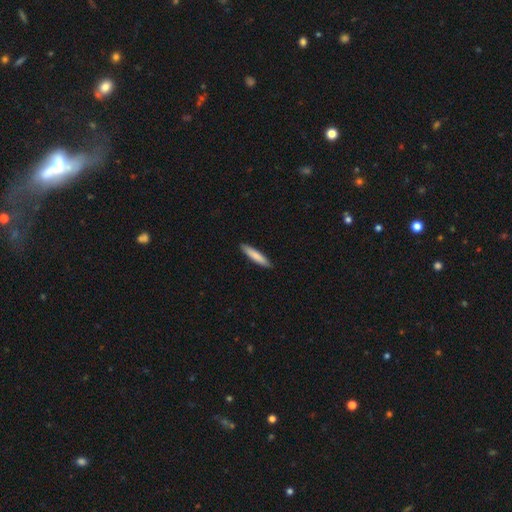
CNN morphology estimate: smooth-or-featured: smooth: 82% | featured or disk: 13% | star or artifact: 5%
  how-rounded: cigar-shaped: 89% | in between: 10% | round: 1%
  merging: none: 90% | minor disturbance: 7% | major disturbance: 1% | merger: 1%